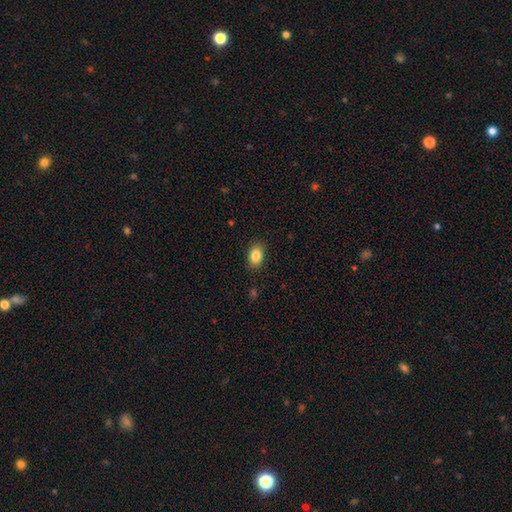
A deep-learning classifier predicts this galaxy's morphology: smooth 85%, star or artifact 8%, featured or disk 6%. Down the decision tree: how rounded — in between (82%); merging — none (87%).